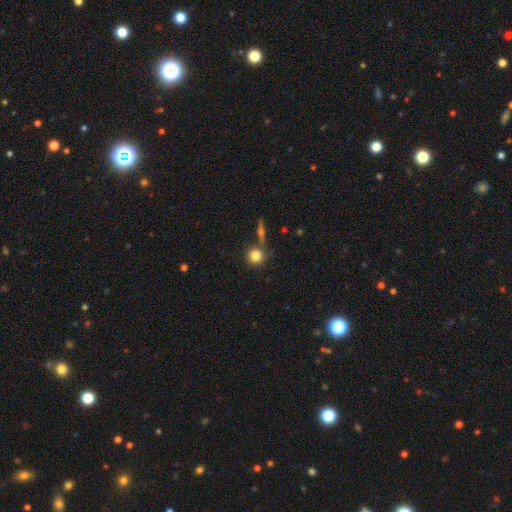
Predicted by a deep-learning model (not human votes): smooth_or_featured: smooth (p=0.80) [alt: star or artifact p=0.10]
how_rounded: round (p=0.91) [alt: in between p=0.07]
merging: none (p=0.71) [alt: merger p=0.15]